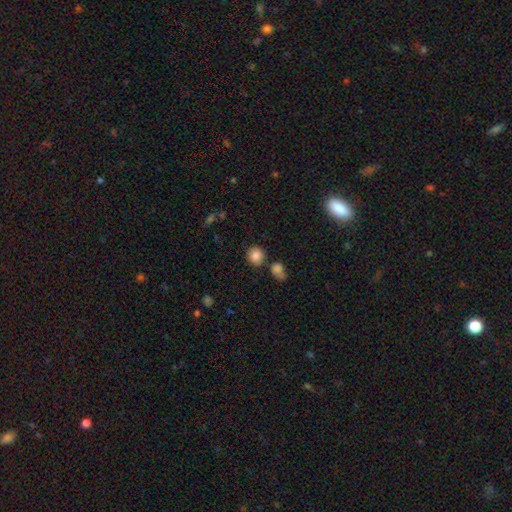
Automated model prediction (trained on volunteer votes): This appears to be a smooth galaxy with no disk features (84%) that is round (85%). Merging: none (77%).